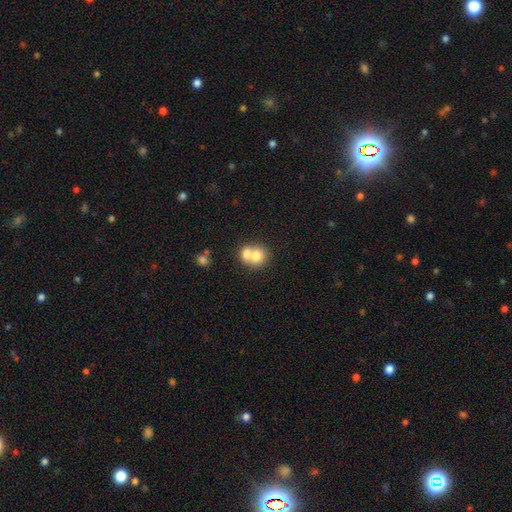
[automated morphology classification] type=smooth (72%); roundness=round (74%); merging=merger (66%).